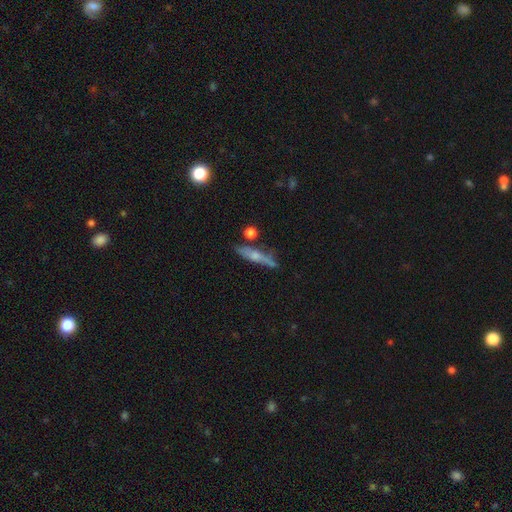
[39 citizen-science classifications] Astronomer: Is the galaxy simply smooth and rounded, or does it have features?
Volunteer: smooth — 54% (runner-up: featured or disk, 44%).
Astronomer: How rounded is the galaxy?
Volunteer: cigar-shaped — 90%.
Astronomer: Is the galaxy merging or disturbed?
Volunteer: none — 79%.